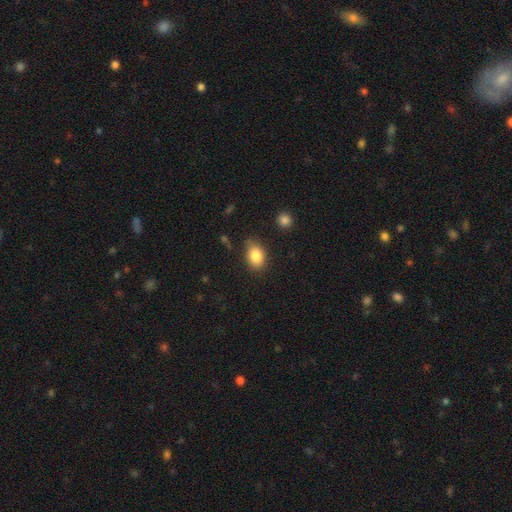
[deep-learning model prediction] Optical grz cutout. It shows a smooth galaxy with no disk features (85%) that is in between round and cigar-shaped (80%). Merging: none (80%).